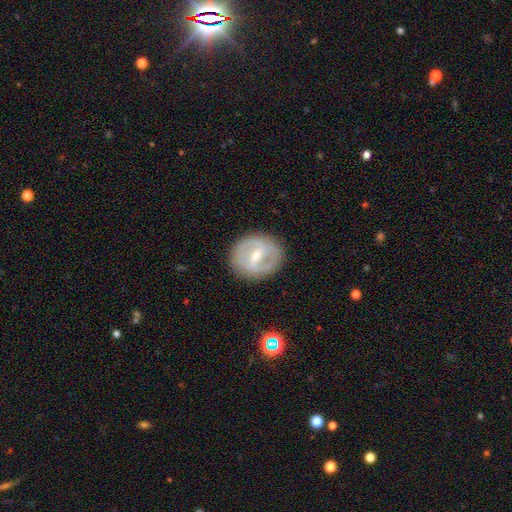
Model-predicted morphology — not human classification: This is likely a featured or disk galaxy (72%). It is clearly not viewed edge-on (95%). Bar: possibly strong (50%). Spiral arm pattern: possibly yes (58%). Central bulge: possibly moderate (49%). Merging: clearly none (83%).